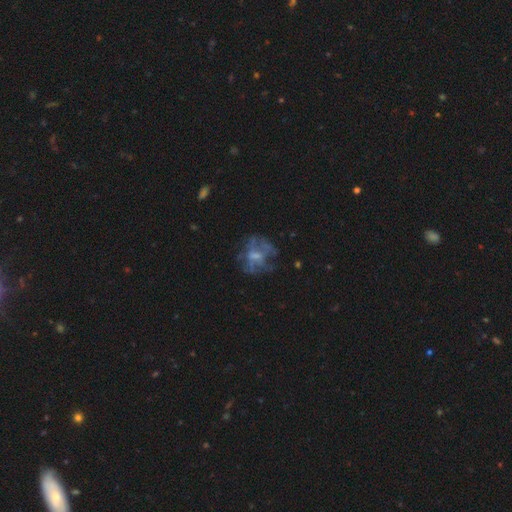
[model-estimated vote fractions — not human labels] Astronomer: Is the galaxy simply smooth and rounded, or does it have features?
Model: featured or disk — 61%.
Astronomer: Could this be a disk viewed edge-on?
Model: no — 98%.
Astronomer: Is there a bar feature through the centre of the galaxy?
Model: no — 69%.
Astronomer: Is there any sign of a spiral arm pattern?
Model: no — 74%.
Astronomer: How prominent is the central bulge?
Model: moderate — 35% (runner-up: small, 31%).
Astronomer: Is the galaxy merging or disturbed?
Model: none — 52%.